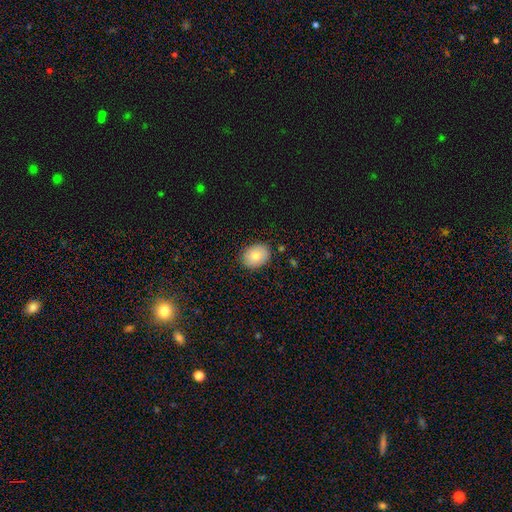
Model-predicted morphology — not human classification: A smooth galaxy with no disk features (85%) that is in between round and cigar-shaped (69%). Merging: none (86%).